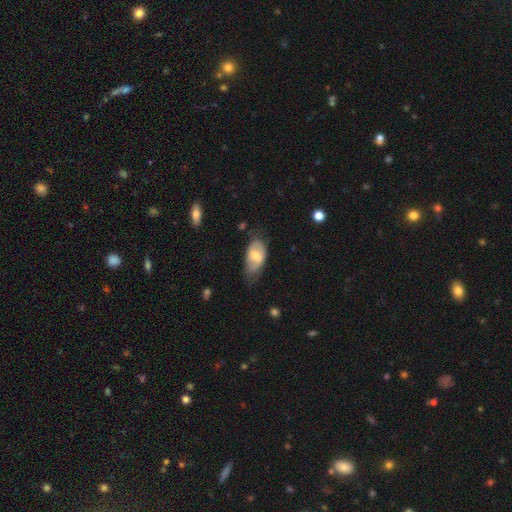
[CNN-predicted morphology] The model was most divided on "merging": none: 48%, minor disturbance: 37%, major disturbance: 14%, merger: 2%. More confident: how rounded — in between (93%); smooth or featured — smooth (56%).